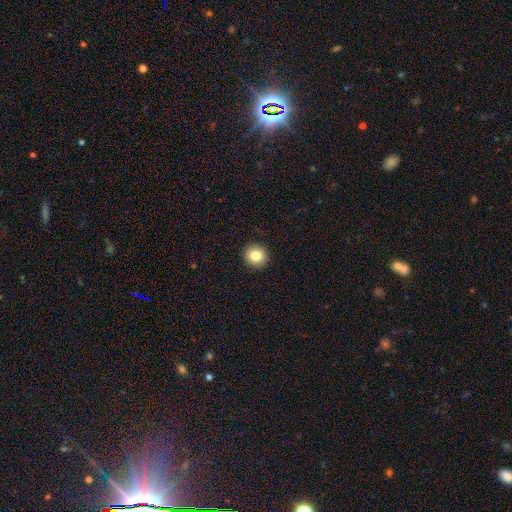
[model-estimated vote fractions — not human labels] smooth 83%, star or artifact 9%, featured or disk 7%. Down the decision tree: how rounded — round (90%); merging — none (92%).